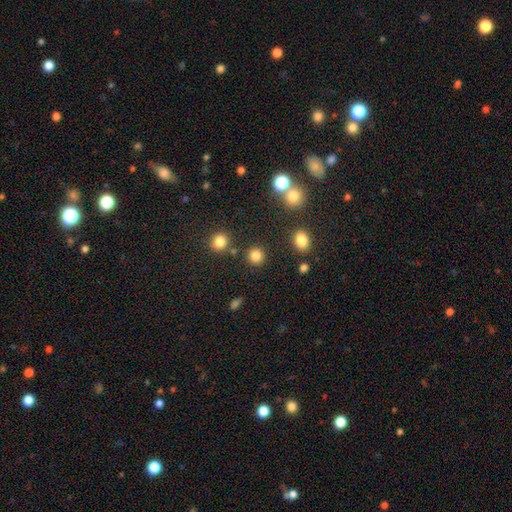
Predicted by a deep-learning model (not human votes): A smooth galaxy with no disk features (83%) that is round (90%). Merging: none (87%).